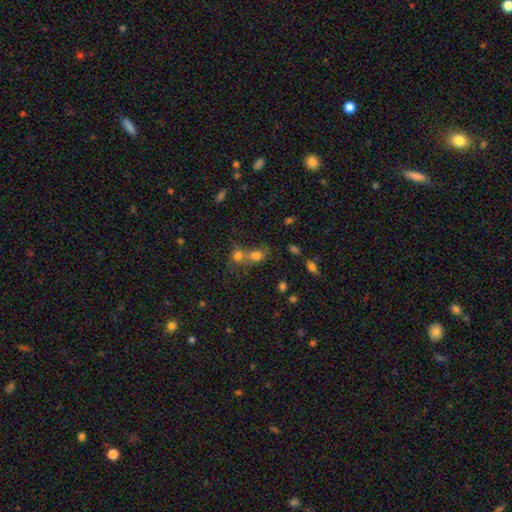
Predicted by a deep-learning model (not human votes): Smooth or featured? Predicted: smooth (p=0.73). How rounded? Predicted: round (p=0.51). Merging? Predicted: merger (p=0.58).